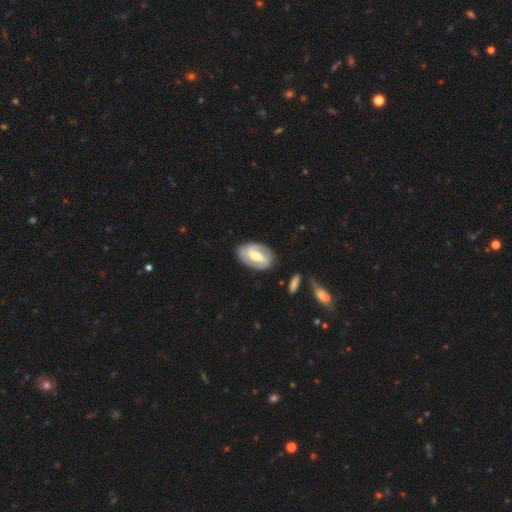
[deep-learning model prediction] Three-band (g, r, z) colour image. It shows a featured or disk galaxy (67%) with a weak bar (41%), 2 (78%) tight (40%) spiral arms (79%) and a moderate central bulge (61%). Merging: none (80%).